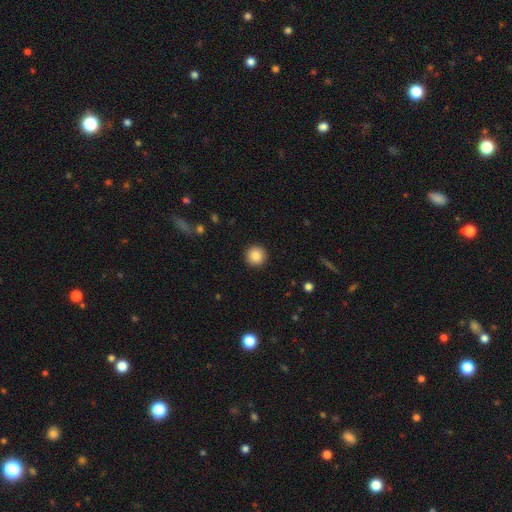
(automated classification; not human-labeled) smooth 87%, star or artifact 9%, featured or disk 4%. Down the decision tree: how rounded — round (96%); merging — none (93%).